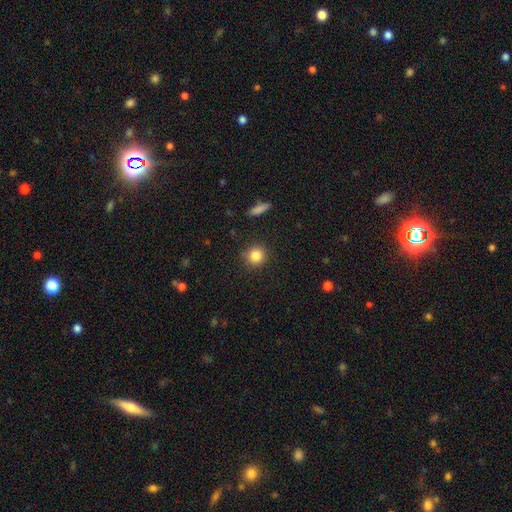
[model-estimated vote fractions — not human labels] Overall: smooth (84%). How rounded: round (90%). Merging: none (90%).